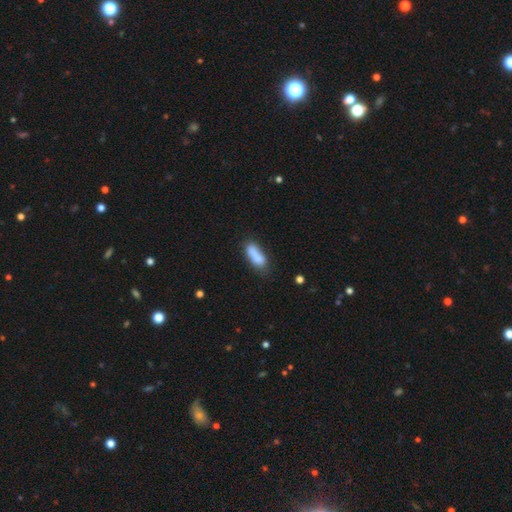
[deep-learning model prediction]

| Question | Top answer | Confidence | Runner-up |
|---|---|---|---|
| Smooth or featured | smooth | 80% | featured or disk (12%) |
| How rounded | in between | 63% | cigar-shaped (34%) |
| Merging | none | 51% | minor disturbance (25%) |